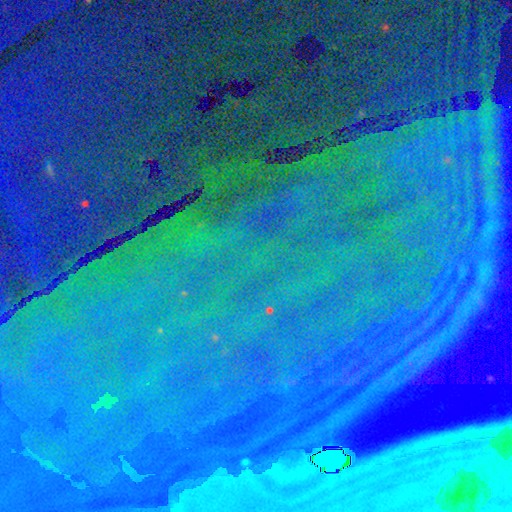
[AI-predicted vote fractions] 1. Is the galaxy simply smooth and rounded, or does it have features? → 84% star or artifact, 8% featured or disk, 8% smooth.